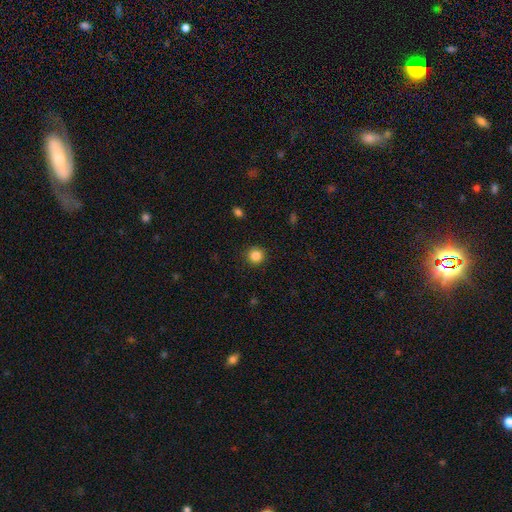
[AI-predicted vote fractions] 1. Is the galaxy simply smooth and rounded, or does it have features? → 85% smooth, 11% star or artifact, 4% featured or disk.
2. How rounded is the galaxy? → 94% round, 5% in between, 1% cigar-shaped.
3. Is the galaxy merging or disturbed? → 91% none, 6% minor disturbance, 2% major disturbance, 1% merger.